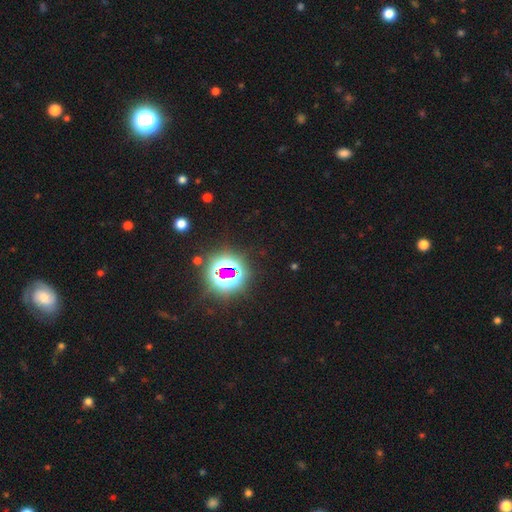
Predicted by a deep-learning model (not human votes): This is clearly a star or artifact rather than a galaxy (81%).